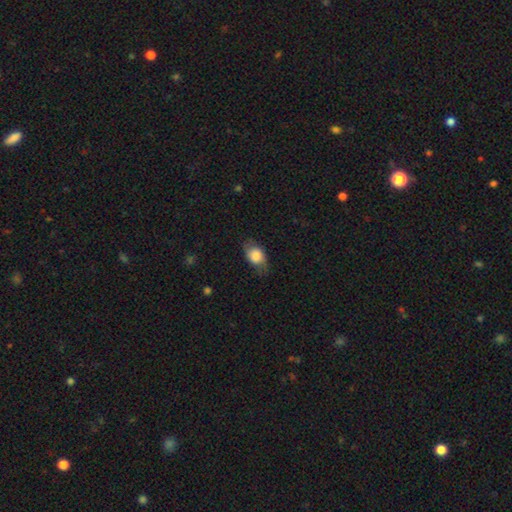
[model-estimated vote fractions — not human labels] Smooth or featured?
  - smooth: 78% *
  - featured or disk: 14%
  - star or artifact: 7%
How rounded?
  - in between: 75% *
  - round: 23%
  - cigar-shaped: 2%
Merging?
  - none: 66% *
  - minor disturbance: 24%
  - major disturbance: 9%
  - merger: 1%